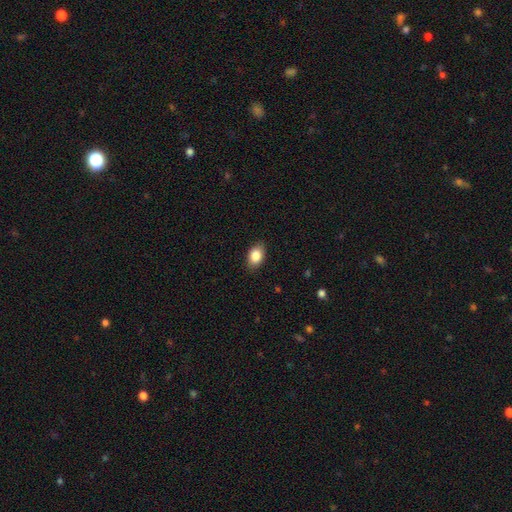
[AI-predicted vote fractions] Smooth or featured?
  - smooth: 85% *
  - featured or disk: 8%
  - star or artifact: 7%
How rounded?
  - in between: 87% *
  - round: 12%
  - cigar-shaped: 2%
Merging?
  - none: 86% *
  - minor disturbance: 11%
  - major disturbance: 2%
  - merger: 1%